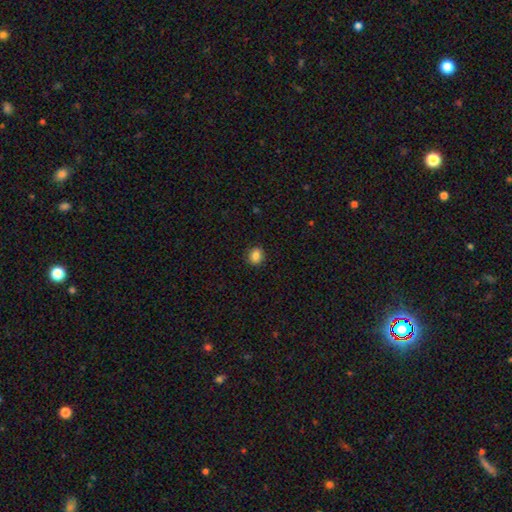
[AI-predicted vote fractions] This appears to be a smooth galaxy with no disk features (86%) that is round (61%). Merging: none (89%).